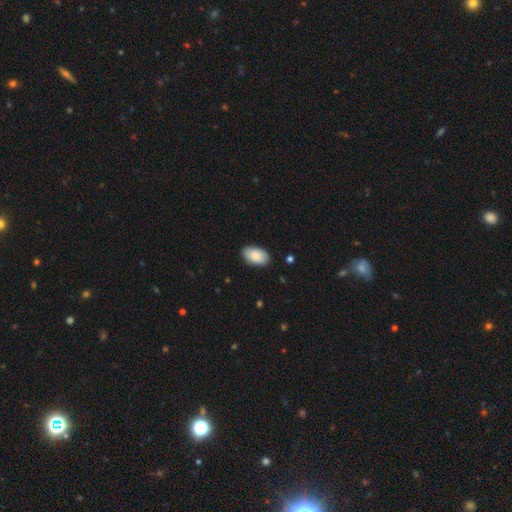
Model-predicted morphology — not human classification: A smooth galaxy with no disk features (86%) that is in between round and cigar-shaped (95%). Merging: none (87%).